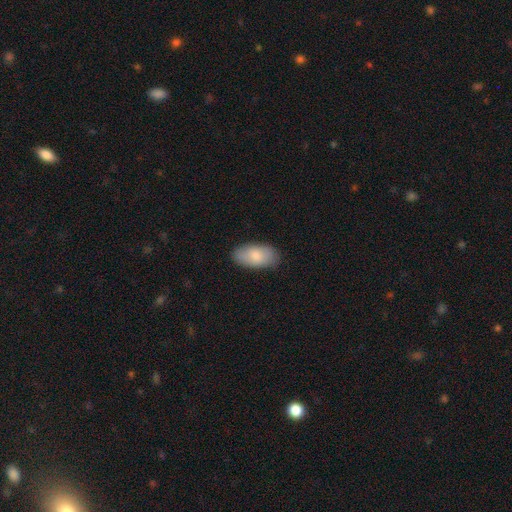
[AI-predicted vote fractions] Smooth or featured: smooth — 82% (featured or disk — 12%)
How rounded: in between — 94% (cigar-shaped — 3%)
Merging: none — 84% (minor disturbance — 12%)